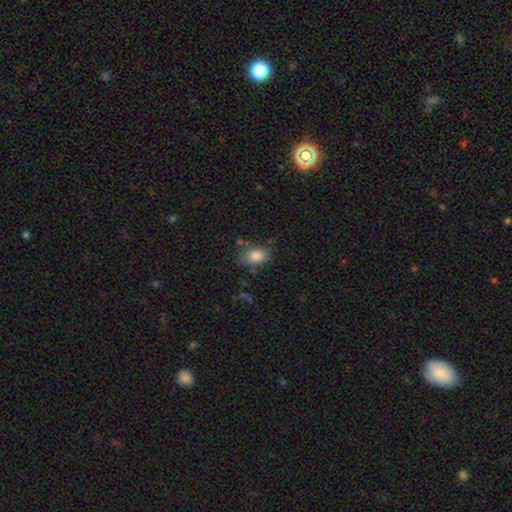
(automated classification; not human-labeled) The model was most divided on "merging": none: 69%, minor disturbance: 19%, merger: 6%, major disturbance: 5%. More confident: smooth or featured — smooth (84%); how rounded — in between (83%).